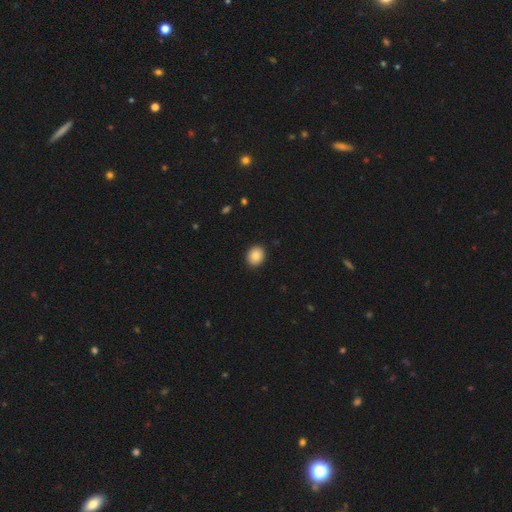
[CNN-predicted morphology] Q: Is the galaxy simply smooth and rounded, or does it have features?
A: smooth — 85%.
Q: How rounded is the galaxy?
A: round — 63%.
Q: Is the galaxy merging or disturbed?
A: none — 91%.